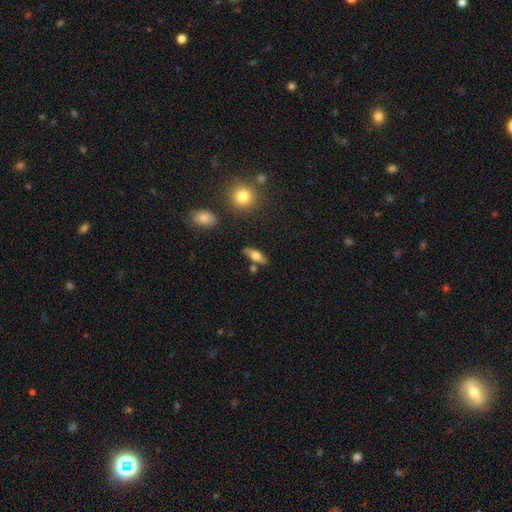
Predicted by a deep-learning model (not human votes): Smooth or featured? smooth (57%)
How rounded? in between (63%)
Merging? none (79%)